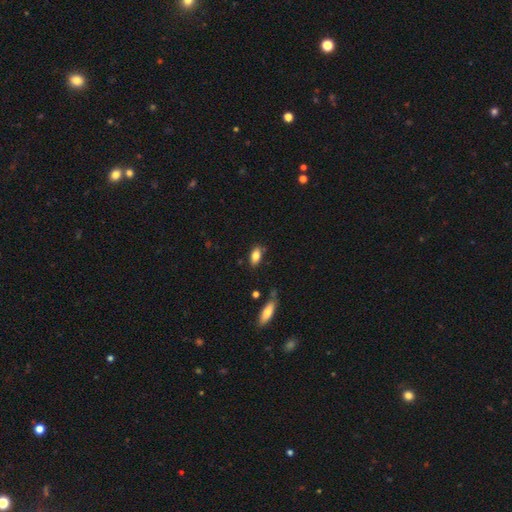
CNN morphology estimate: A smooth galaxy with no disk features (81%) that is in between round and cigar-shaped (88%). Merging: none (78%).